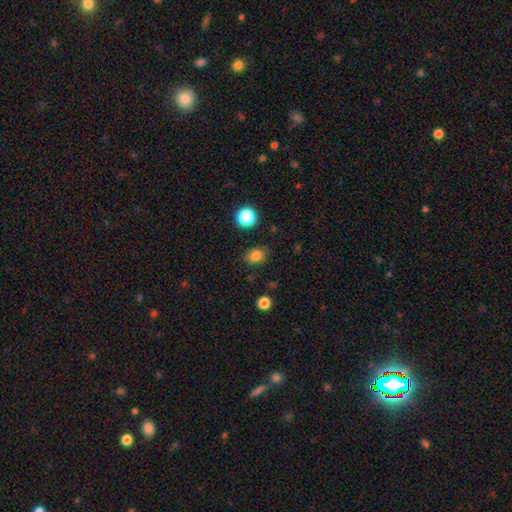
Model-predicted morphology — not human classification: smooth-or-featured: smooth: 82% | star or artifact: 12% | featured or disk: 6%
  how-rounded: in between: 54% | round: 45% | cigar-shaped: 1%
  merging: none: 83% | minor disturbance: 12% | major disturbance: 3% | merger: 2%